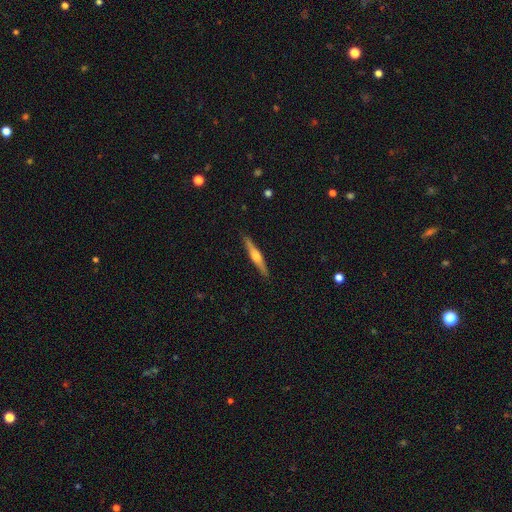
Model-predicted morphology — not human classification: smooth-or-featured: featured or disk: 66% | smooth: 28% | star or artifact: 5%
  disk-edge-on: yes: 98% | no: 2%
    edge-on-bulge: rounded: 89% | boxy: 6% | none: 5%
  merging: none: 90% | minor disturbance: 7% | major disturbance: 1% | merger: 1%